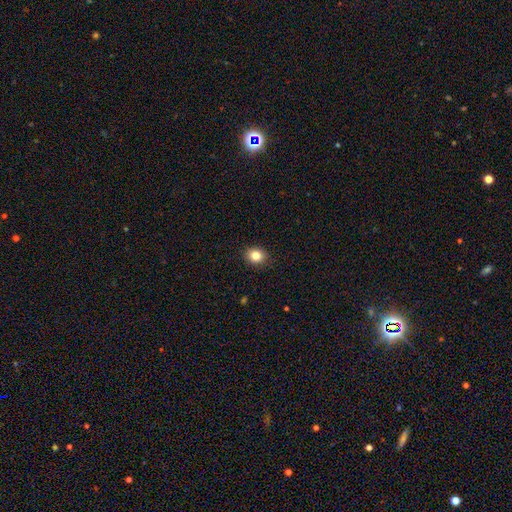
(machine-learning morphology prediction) This is clearly a smooth galaxy (83%). How rounded: likely round (66%). Merging: clearly none (91%).